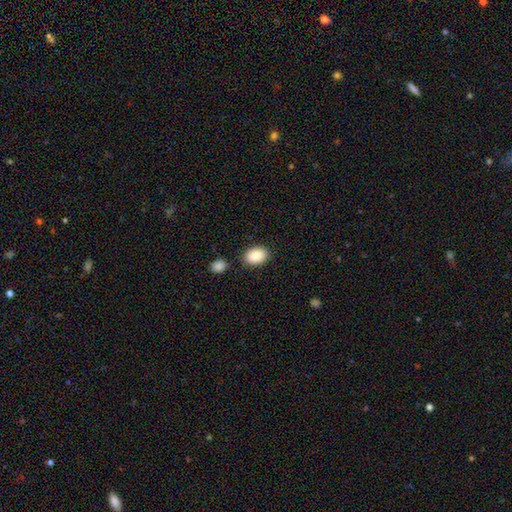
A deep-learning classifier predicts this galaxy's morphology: smooth-or-featured: smooth: 90% | star or artifact: 7% | featured or disk: 4%
  how-rounded: in between: 86% | round: 13% | cigar-shaped: 1%
  merging: none: 81% | minor disturbance: 11% | merger: 5% | major disturbance: 3%